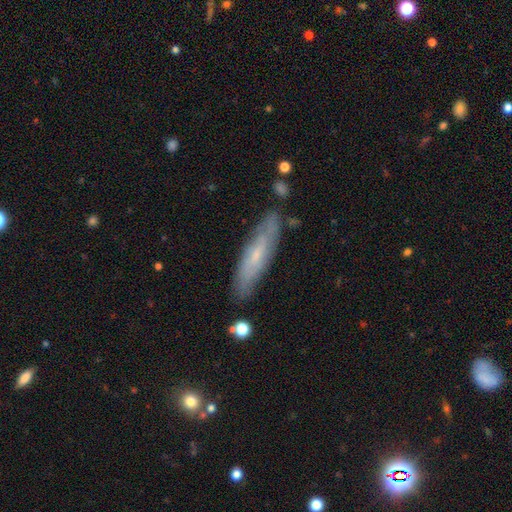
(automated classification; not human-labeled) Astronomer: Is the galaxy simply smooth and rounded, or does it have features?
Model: featured or disk — 49% (runner-up: smooth, 44%).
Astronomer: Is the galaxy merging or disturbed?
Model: none — 79%.